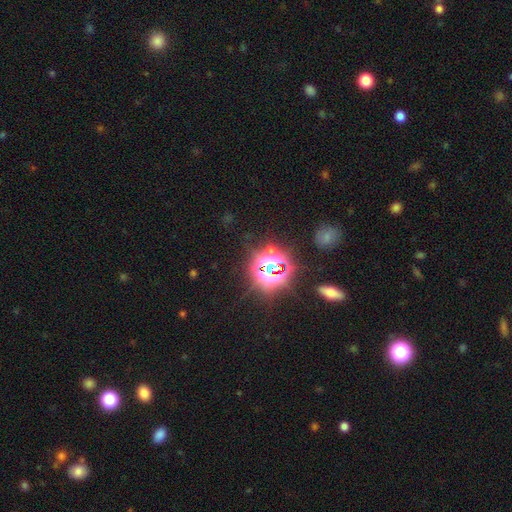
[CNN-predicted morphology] Smooth or featured: star or artifact — 79% (smooth — 14%)